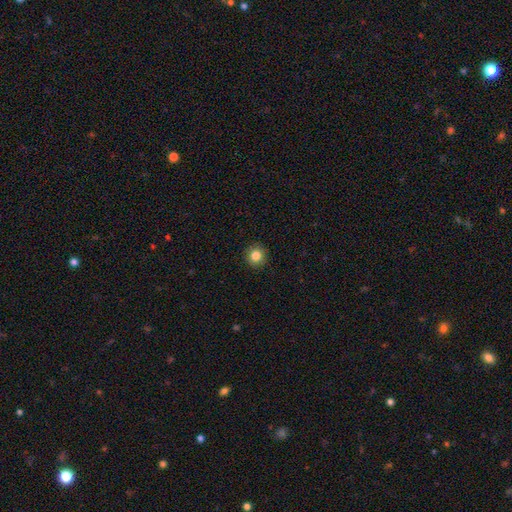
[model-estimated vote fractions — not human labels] Q: Smooth or featured?
A: smooth (84%); runner-up: star or artifact (10%)
Q: How rounded?
A: round (92%); runner-up: in between (7%)
Q: Merging?
A: none (92%); runner-up: minor disturbance (5%)